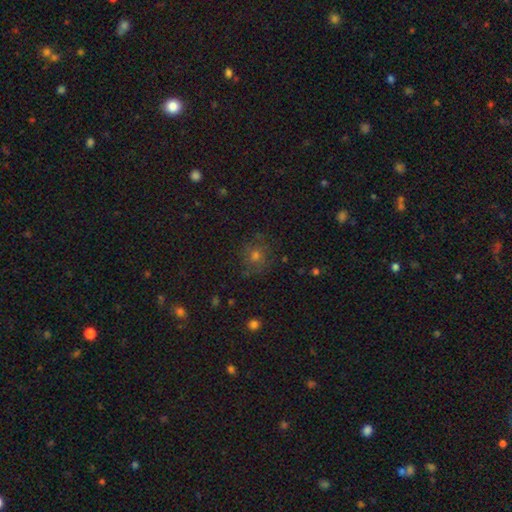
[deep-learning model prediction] Q: Smooth or featured?
A: smooth (50%); runner-up: star or artifact (29%)
Q: How rounded?
A: round (87%); runner-up: in between (12%)
Q: Merging?
A: none (78%); runner-up: minor disturbance (14%)